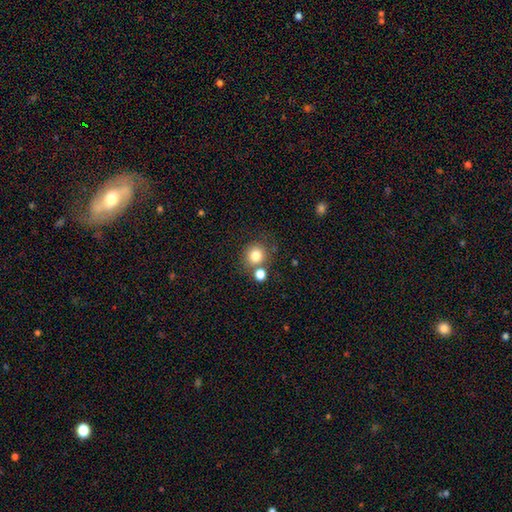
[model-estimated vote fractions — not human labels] Q: Smooth or featured?
A: smooth (81%); runner-up: star or artifact (12%)
Q: How rounded?
A: round (87%); runner-up: in between (12%)
Q: Merging?
A: none (68%); runner-up: merger (20%)